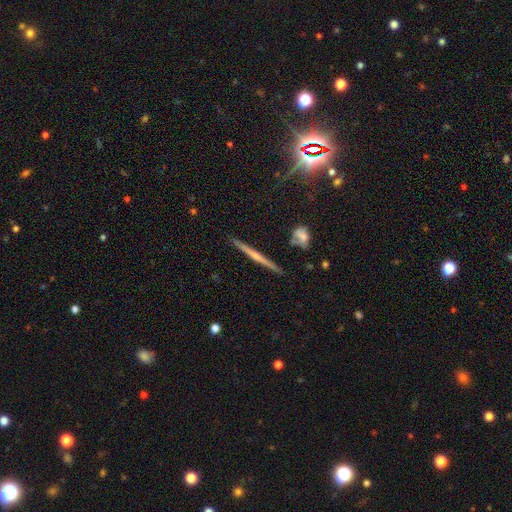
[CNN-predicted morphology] Overall: featured or disk (67%). Edge-on disk: yes (98%). Edge-on bulge: rounded (56%; none 37%). Merging: none (89%).